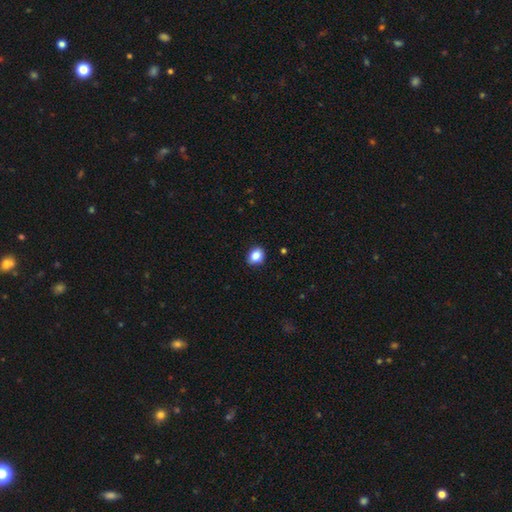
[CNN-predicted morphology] smooth 85%, star or artifact 9%, featured or disk 6%. Down the decision tree: how rounded — round (53%); merging — none (87%).